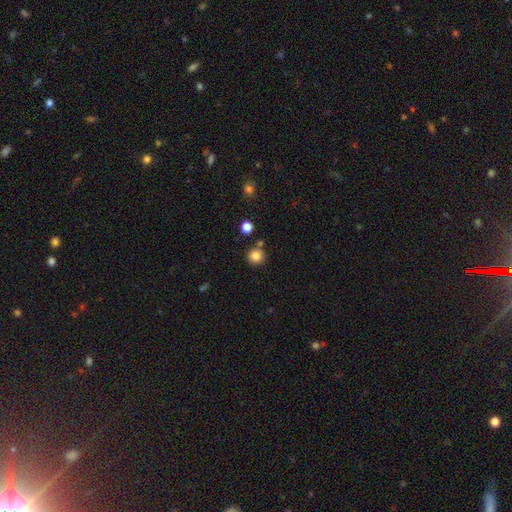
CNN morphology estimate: Smooth or featured: smooth — 84% (star or artifact — 11%)
How rounded: round — 93% (in between — 7%)
Merging: none — 79% (merger — 9%)